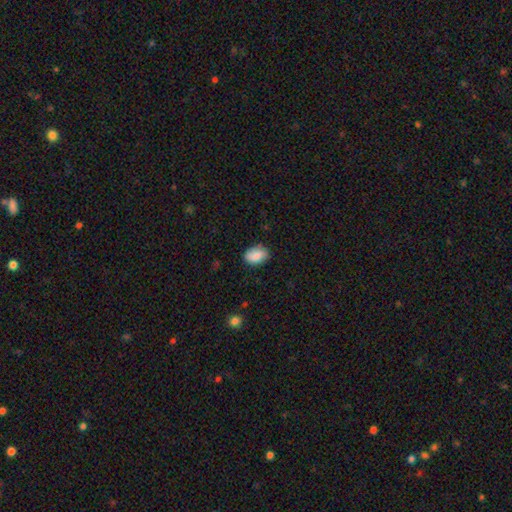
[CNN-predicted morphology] type=smooth (84%); roundness=in between (80%); merging=none (81%).